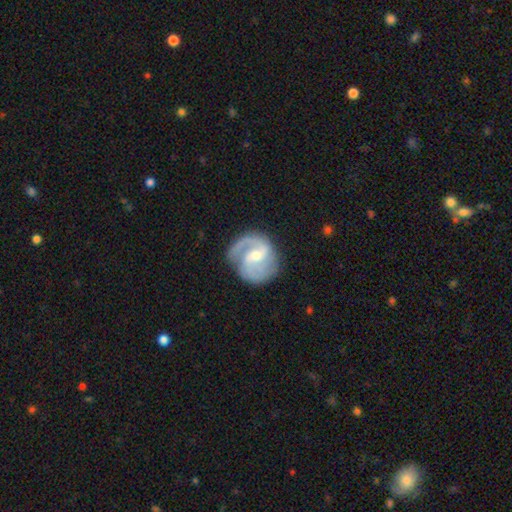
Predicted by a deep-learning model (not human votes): Q: Smooth or featured?
A: featured or disk (88%); runner-up: smooth (7%)
Q: Edge-on disk?
A: no (98%); runner-up: yes (2%)
Q: Bar?
A: weak (54%); runner-up: no (25%)
Q: Spiral arms?
A: yes (97%); runner-up: no (3%)
Q: Spiral winding?
A: medium (54%); runner-up: tight (30%)
Q: Spiral arm count?
A: 2 (80%); runner-up: 3 (7%)
Q: Bulge size?
A: small (50%); runner-up: moderate (45%)
Q: Merging?
A: none (76%); runner-up: minor disturbance (16%)